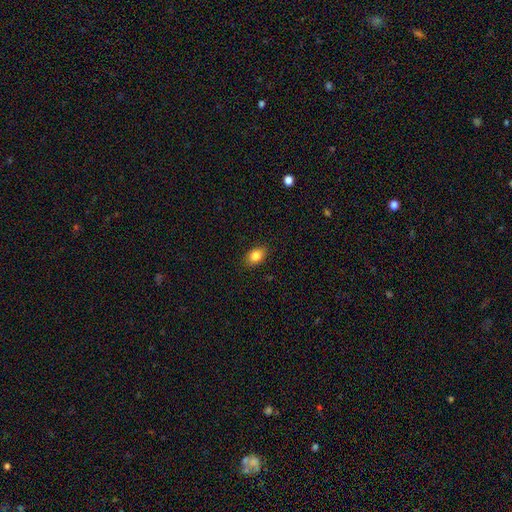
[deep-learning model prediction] A smooth galaxy with no disk features (84%) that is in between round and cigar-shaped (80%). Merging: none (88%).